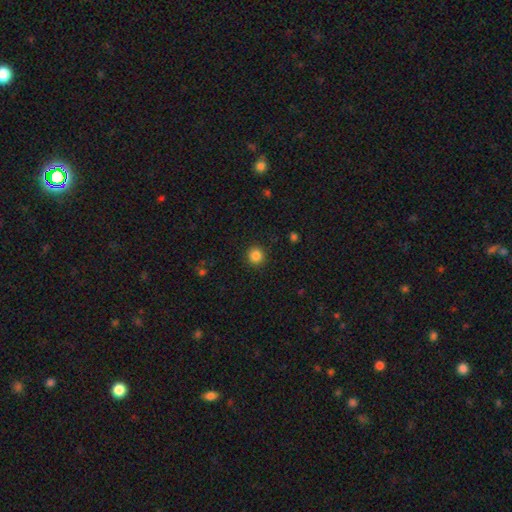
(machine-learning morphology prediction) smooth_or_featured: smooth (p=0.85) [alt: star or artifact p=0.11]
how_rounded: round (p=0.94) [alt: in between p=0.05]
merging: none (p=0.91) [alt: minor disturbance p=0.05]